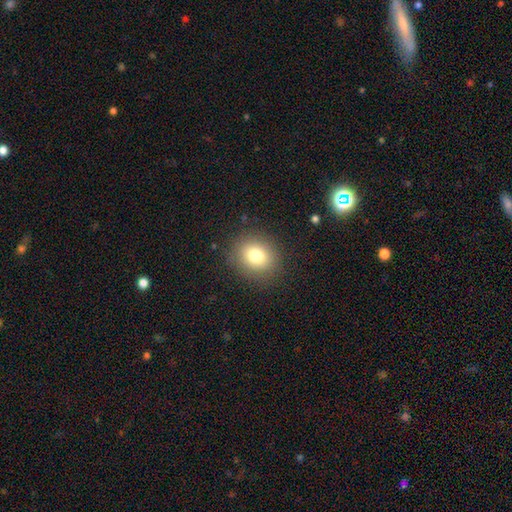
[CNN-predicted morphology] A smooth galaxy with no disk features (79%) that is round (72%).

Vote fractions:
- Smooth or featured? smooth: 79% / star or artifact: 12% / featured or disk: 10%
- How rounded? round: 72% / in between: 27% / cigar-shaped: 1%
- Merging? none: 87% / minor disturbance: 8% / major disturbance: 4% / merger: 1%